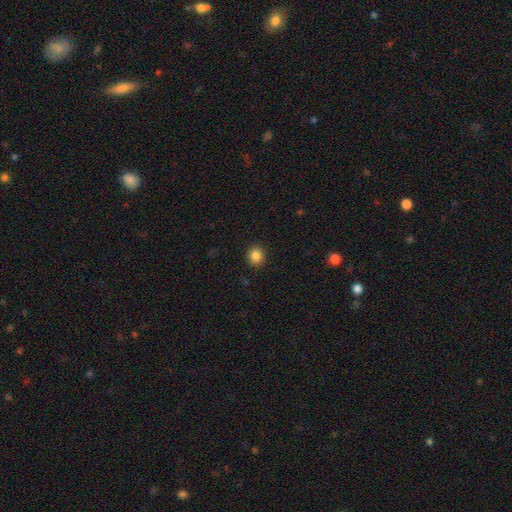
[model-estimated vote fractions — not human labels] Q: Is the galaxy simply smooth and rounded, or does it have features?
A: smooth — 85%.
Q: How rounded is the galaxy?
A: round — 81%.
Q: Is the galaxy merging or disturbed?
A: none — 91%.